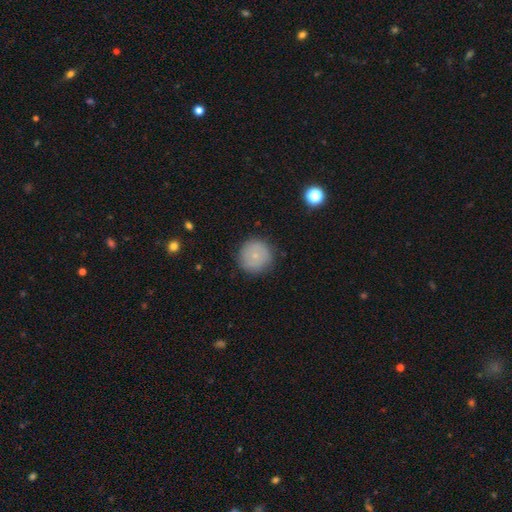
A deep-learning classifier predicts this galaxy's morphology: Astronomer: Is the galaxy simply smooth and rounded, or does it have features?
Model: smooth — 72%.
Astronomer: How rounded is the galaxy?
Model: round — 95%.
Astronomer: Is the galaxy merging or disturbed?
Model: none — 87%.